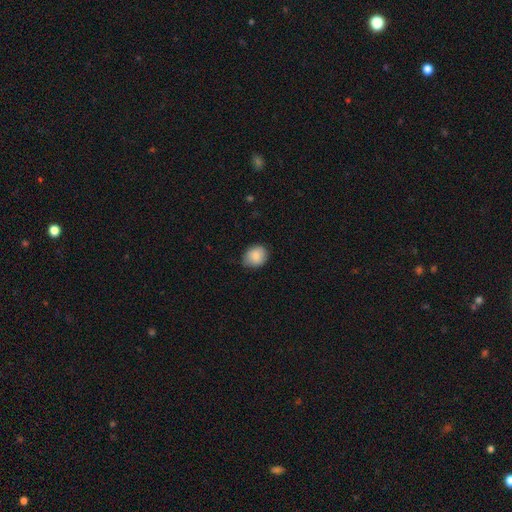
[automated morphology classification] The model was most divided on "how rounded": round: 62%, in between: 37%, cigar-shaped: 1%. More confident: smooth or featured — smooth (86%); merging — none (74%).